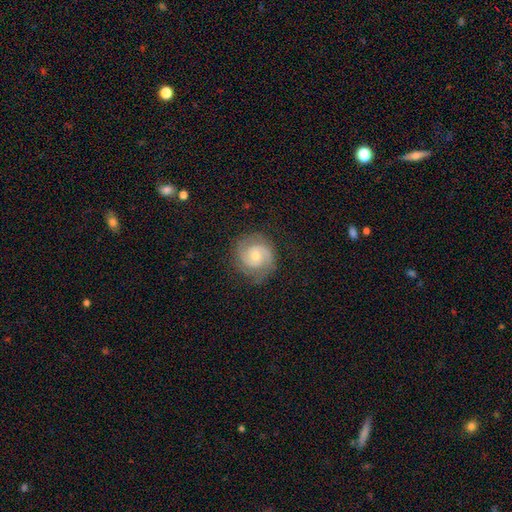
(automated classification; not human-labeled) This appears to be a featured or disk galaxy (83%) with no bar (63%), 2 (81%) tight (50%) spiral arms (97%) and a small central bulge (48%). Merging: none (79%).